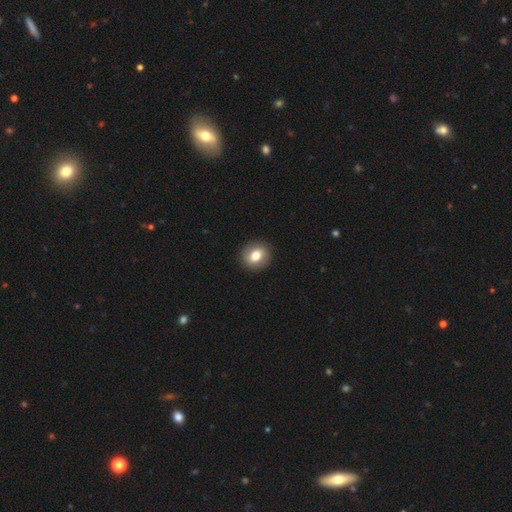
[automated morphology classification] This appears to be a smooth galaxy with no disk features (77%) that is round (67%). Merging: none (91%).